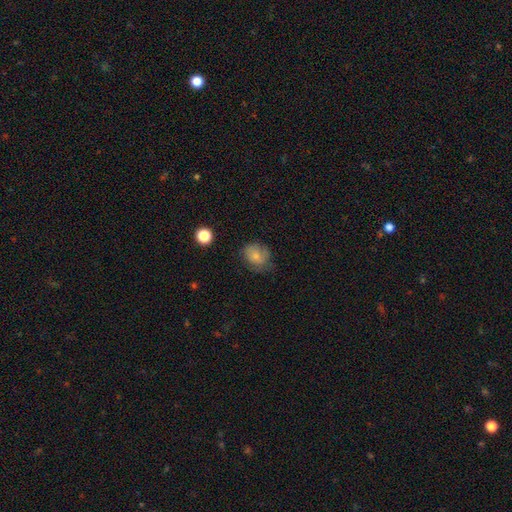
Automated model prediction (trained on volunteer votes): A smooth galaxy with no disk features (72%) that is round (61%).

Vote fractions:
- Smooth or featured? smooth: 72% / featured or disk: 18% / star or artifact: 9%
- How rounded? round: 61% / in between: 38% / cigar-shaped: 1%
- Merging? none: 56% / minor disturbance: 29% / major disturbance: 13% / merger: 2%